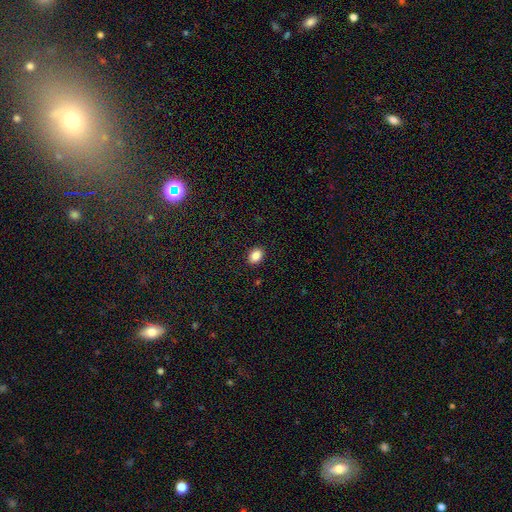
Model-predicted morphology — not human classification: Smooth or featured?
  - smooth: 87% *
  - star or artifact: 9%
  - featured or disk: 4%
How rounded?
  - in between: 73% *
  - round: 26%
  - cigar-shaped: 1%
Merging?
  - none: 90% *
  - minor disturbance: 7%
  - major disturbance: 2%
  - merger: 1%